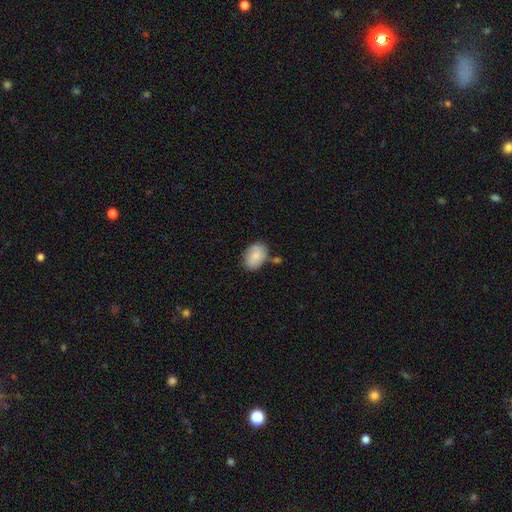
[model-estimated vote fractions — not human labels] A smooth galaxy with no disk features (78%) that is in between round and cigar-shaped (82%).

Vote fractions:
- Smooth or featured? smooth: 78% / featured or disk: 15% / star or artifact: 7%
- How rounded? in between: 82% / round: 16% / cigar-shaped: 1%
- Merging? none: 65% / minor disturbance: 21% / merger: 9% / major disturbance: 5%